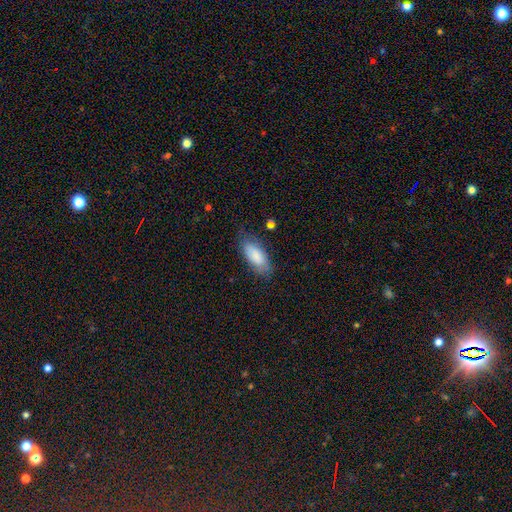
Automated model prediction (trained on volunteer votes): The model was most divided on "merging": none: 70%, minor disturbance: 22%, major disturbance: 6%, merger: 2%. More confident: how rounded — in between (86%); smooth or featured — smooth (83%).